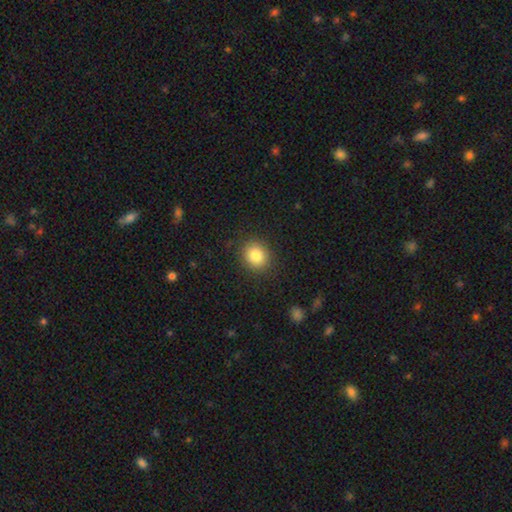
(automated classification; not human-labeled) smooth-or-featured: smooth: 84% | star or artifact: 10% | featured or disk: 6%
  how-rounded: round: 77% | in between: 23% | cigar-shaped: 1%
  merging: none: 88% | minor disturbance: 8% | major disturbance: 3% | merger: 1%